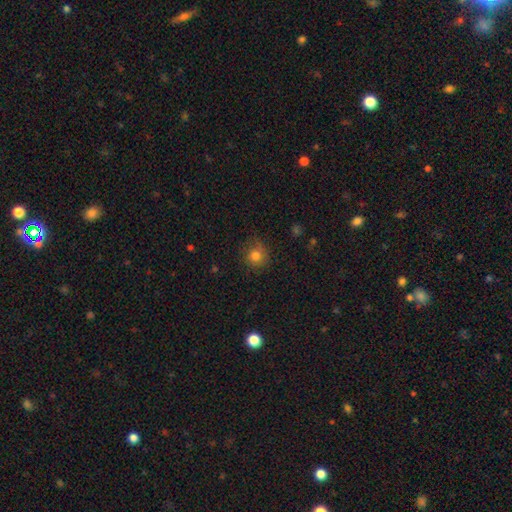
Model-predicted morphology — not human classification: Smooth or featured: smooth — 79% (star or artifact — 12%)
How rounded: round — 86% (in between — 13%)
Merging: none — 68% (minor disturbance — 22%)